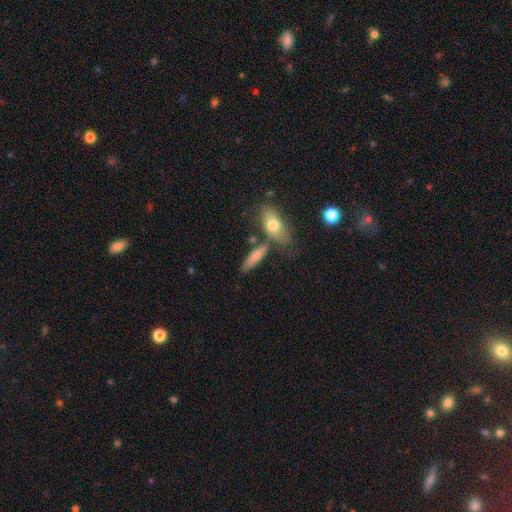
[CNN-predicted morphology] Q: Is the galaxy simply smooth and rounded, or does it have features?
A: smooth — 71%.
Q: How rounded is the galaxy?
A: cigar-shaped — 52%.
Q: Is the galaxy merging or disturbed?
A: none — 61%.